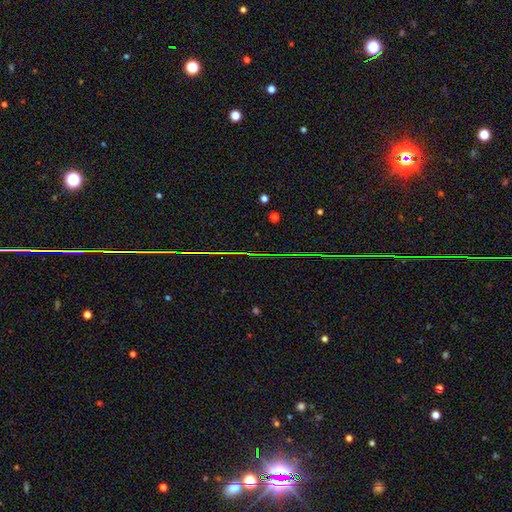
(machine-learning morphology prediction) star or artifact 85%, smooth 8%, featured or disk 7%.